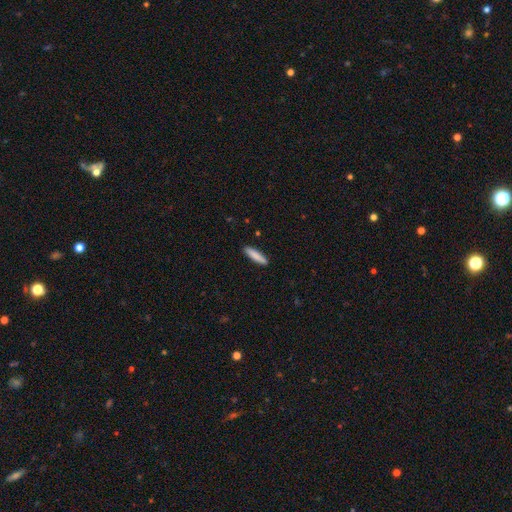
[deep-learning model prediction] Morphology: type=smooth (85%); roundness=cigar-shaped (83%); merging=none (90%).